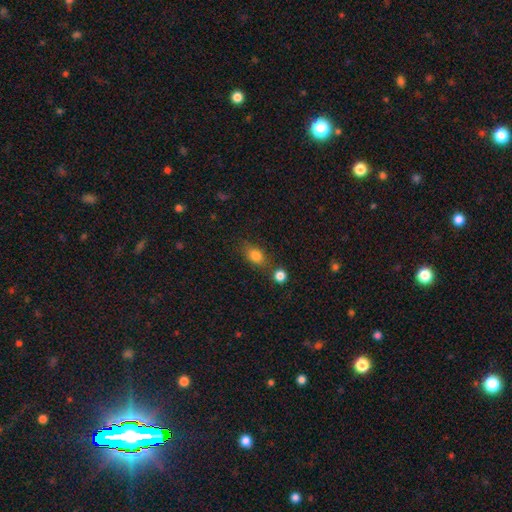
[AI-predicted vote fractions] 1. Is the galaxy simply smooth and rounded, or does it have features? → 82% smooth, 11% star or artifact, 8% featured or disk.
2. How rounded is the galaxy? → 71% in between, 26% round, 3% cigar-shaped.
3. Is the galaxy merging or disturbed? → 67% none, 15% minor disturbance, 13% merger, 5% major disturbance.